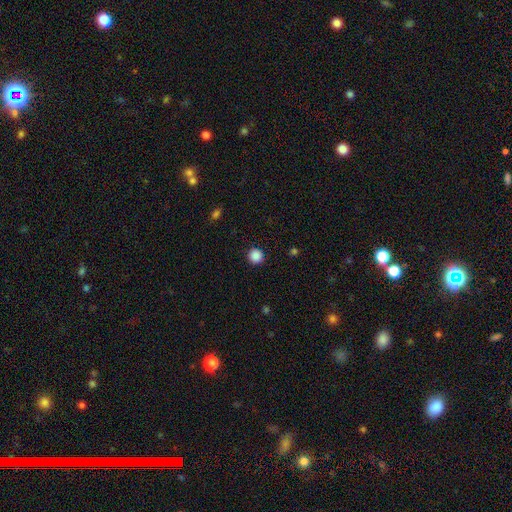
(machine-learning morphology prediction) Q: Smooth or featured?
A: smooth (88%); runner-up: star or artifact (10%)
Q: How rounded?
A: round (95%); runner-up: in between (4%)
Q: Merging?
A: none (92%); runner-up: minor disturbance (5%)